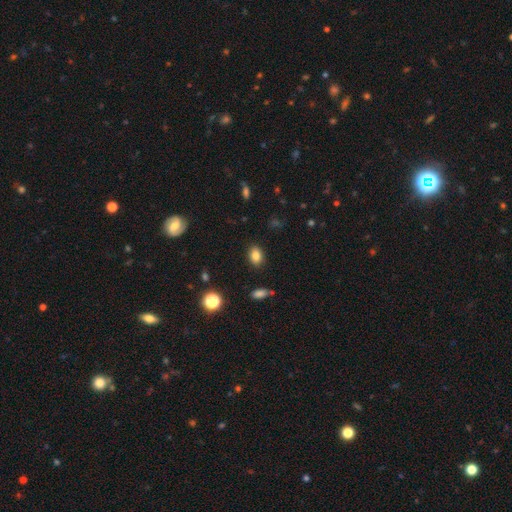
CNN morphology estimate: smooth-or-featured: smooth: 82% | star or artifact: 11% | featured or disk: 6%
  how-rounded: in between: 76% | round: 23% | cigar-shaped: 1%
  merging: none: 87% | minor disturbance: 9% | major disturbance: 3% | merger: 2%